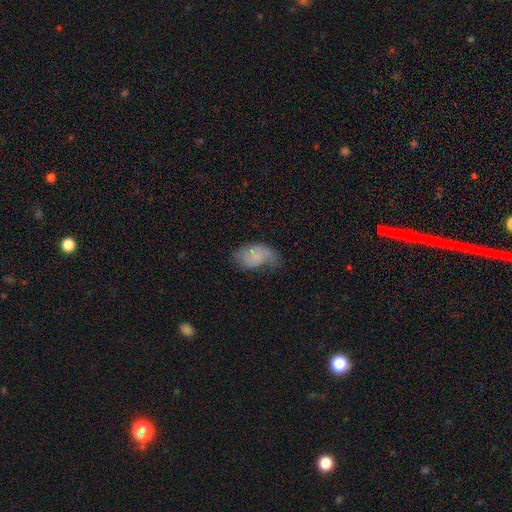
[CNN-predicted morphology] type=smooth (61%); roundness=in between (90%); merging=minor disturbance (35%, tied with none).